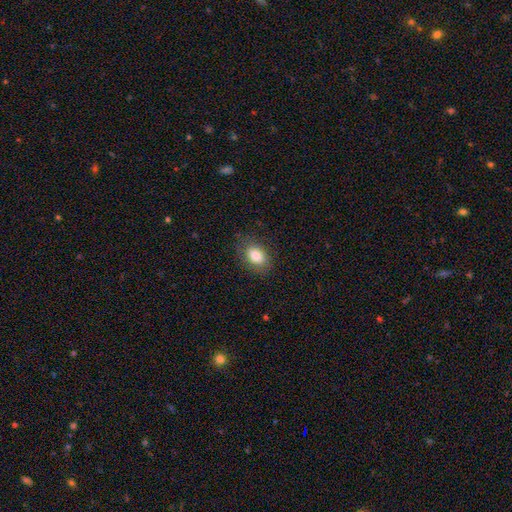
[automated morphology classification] Q: Smooth or featured?
A: smooth (83%); runner-up: featured or disk (8%)
Q: How rounded?
A: in between (81%); runner-up: round (18%)
Q: Merging?
A: none (81%); runner-up: minor disturbance (13%)